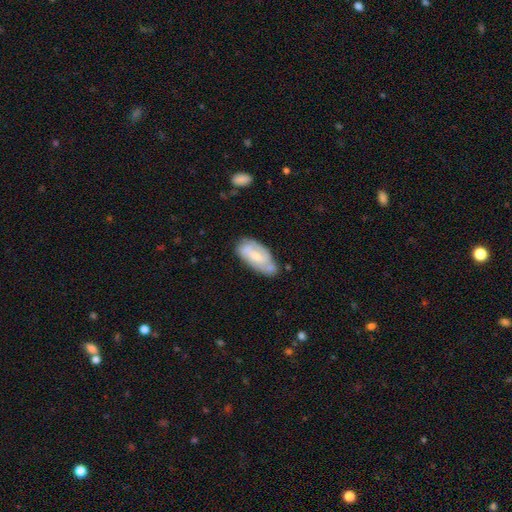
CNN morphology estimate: featured or disk 62%, smooth 32%, star or artifact 6%. Down the decision tree: edge-on disk — no (93%); bar — weak (45%); spiral arms — yes (85%); bulge size — small (53%); merging — none (64%).